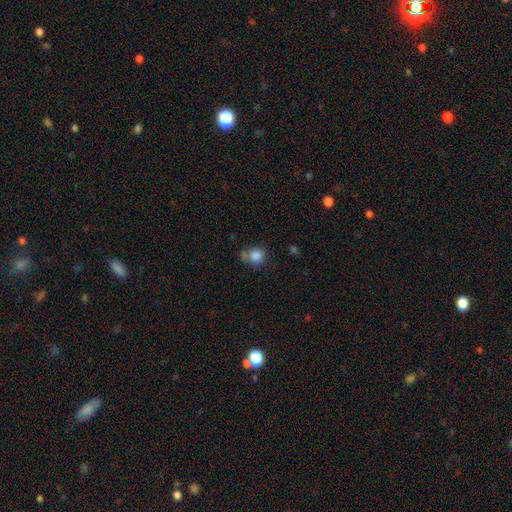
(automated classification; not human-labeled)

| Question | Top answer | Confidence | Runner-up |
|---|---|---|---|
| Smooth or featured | smooth | 84% | star or artifact (10%) |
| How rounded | round | 87% | in between (12%) |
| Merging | none | 58% | minor disturbance (20%) |